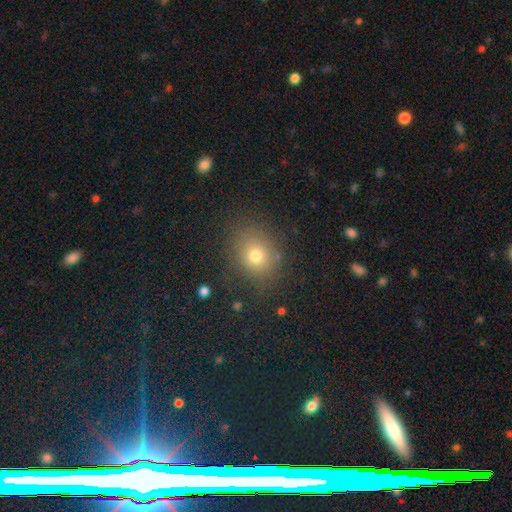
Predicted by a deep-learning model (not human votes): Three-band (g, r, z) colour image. It shows a smooth galaxy with no disk features (73%) that is round (67%). Merging: none (82%).